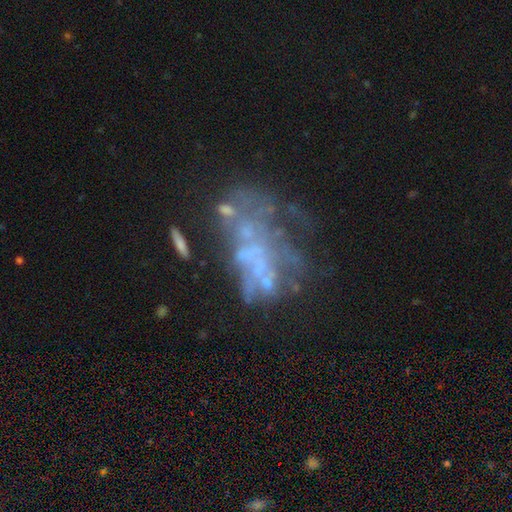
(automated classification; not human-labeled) smooth-or-featured: featured or disk: 66% | star or artifact: 20% | smooth: 15%
  disk-edge-on: no: 98% | yes: 2%
    bar: no: 92% | weak: 5% | strong: 2%
    has-spiral-arms: no: 90% | yes: 10%
    bulge-size: none: 80% | small: 12% | moderate: 6% | large: 2% | dominant: 1%
  merging: major disturbance: 37% | none: 32% | minor disturbance: 16% | merger: 16%